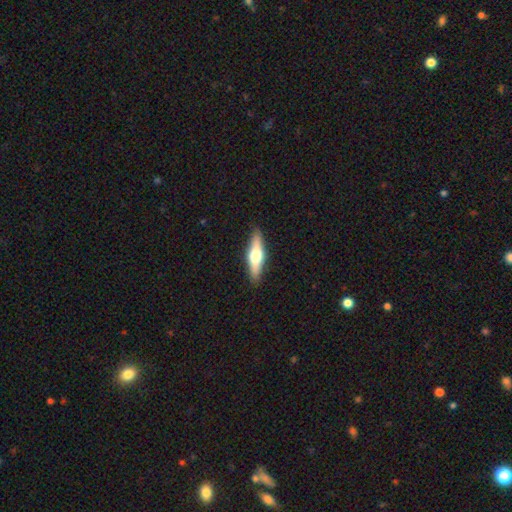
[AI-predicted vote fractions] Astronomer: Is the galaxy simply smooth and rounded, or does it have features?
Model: featured or disk — 53% (runner-up: smooth, 41%).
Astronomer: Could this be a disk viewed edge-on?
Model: yes — 93%.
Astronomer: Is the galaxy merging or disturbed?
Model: none — 90%.